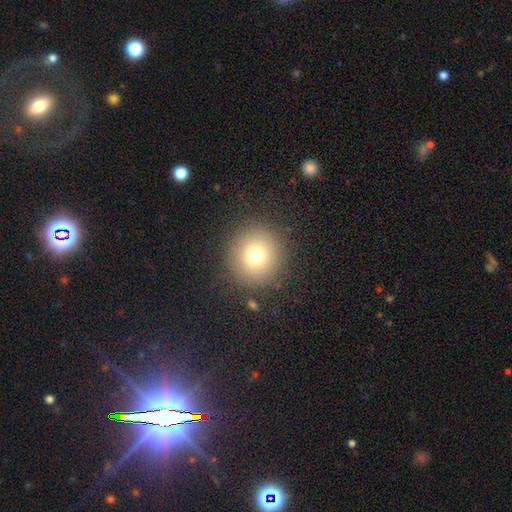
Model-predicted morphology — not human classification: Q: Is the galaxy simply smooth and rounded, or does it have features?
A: smooth — 75%.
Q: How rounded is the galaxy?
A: round — 93%.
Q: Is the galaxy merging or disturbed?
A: none — 89%.